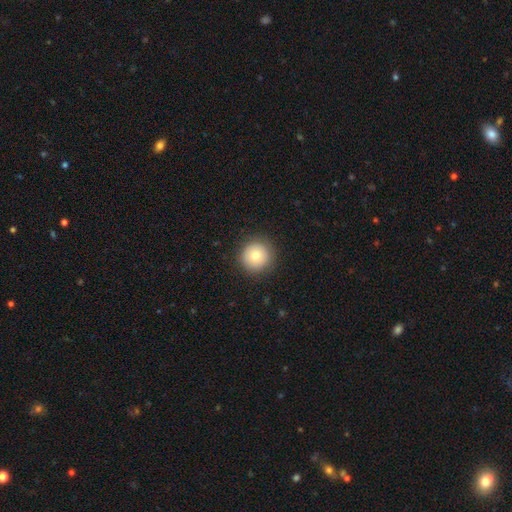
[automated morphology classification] This appears to be a smooth galaxy with no disk features (76%) that is round (95%). Merging: none (89%).